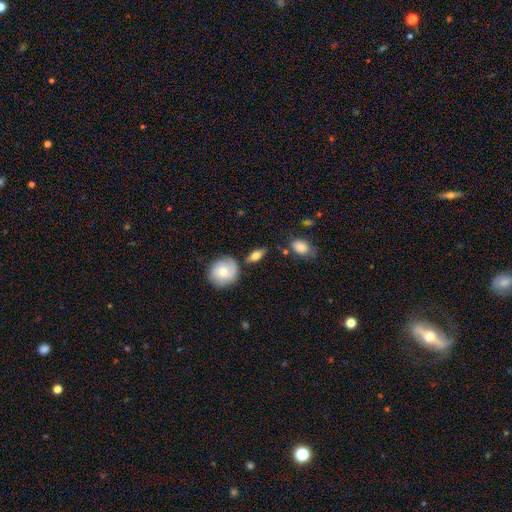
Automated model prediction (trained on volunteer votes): Smooth or featured: smooth — 65% (featured or disk — 27%)
How rounded: in between — 67% (cigar-shaped — 17%)
Merging: none — 73% (minor disturbance — 16%)